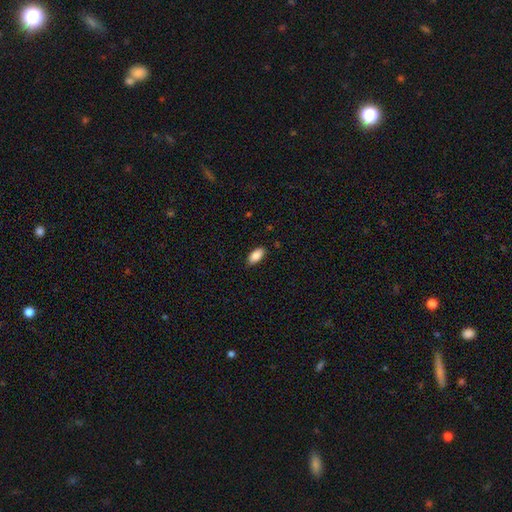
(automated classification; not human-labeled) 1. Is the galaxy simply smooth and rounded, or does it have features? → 87% smooth, 7% star or artifact, 7% featured or disk.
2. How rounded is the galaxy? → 92% in between, 6% cigar-shaped, 2% round.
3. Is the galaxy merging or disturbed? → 86% none, 11% minor disturbance, 2% major disturbance, 1% merger.